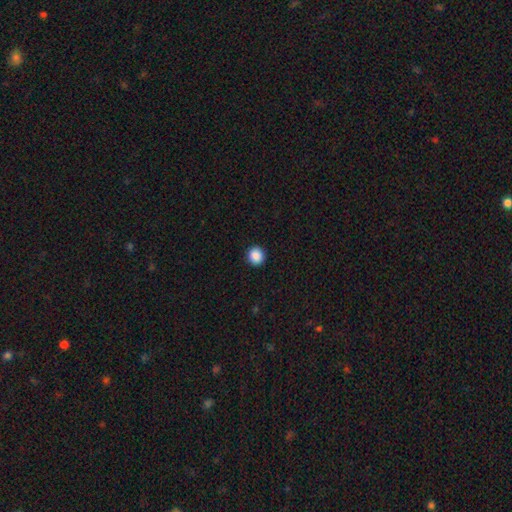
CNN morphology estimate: smooth 89%, star or artifact 9%, featured or disk 2%. Down the decision tree: how rounded — round (92%); merging — none (93%).